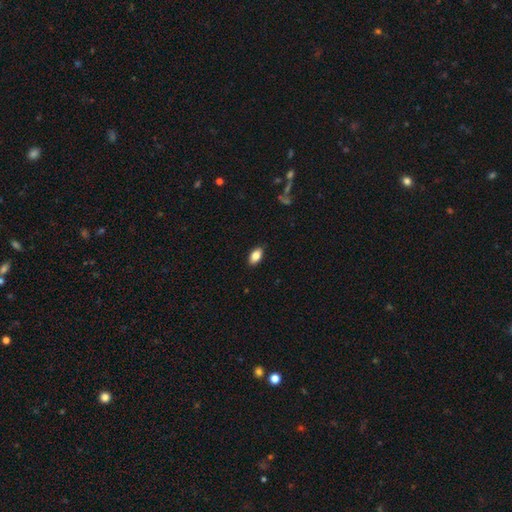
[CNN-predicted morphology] Smooth or featured?
  - smooth: 82% *
  - featured or disk: 10%
  - star or artifact: 7%
How rounded?
  - in between: 91% *
  - round: 5%
  - cigar-shaped: 4%
Merging?
  - none: 86% *
  - minor disturbance: 11%
  - major disturbance: 2%
  - merger: 1%